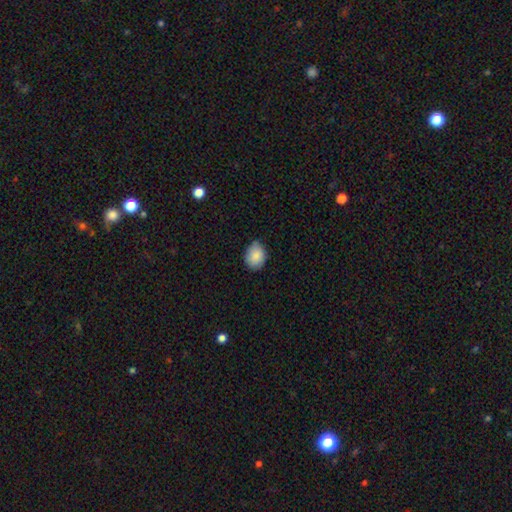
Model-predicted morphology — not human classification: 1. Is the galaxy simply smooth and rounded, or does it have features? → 87% smooth, 7% star or artifact, 6% featured or disk.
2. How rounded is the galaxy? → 61% in between, 38% round, 1% cigar-shaped.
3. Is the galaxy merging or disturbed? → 71% none, 24% minor disturbance, 3% major disturbance, 1% merger.